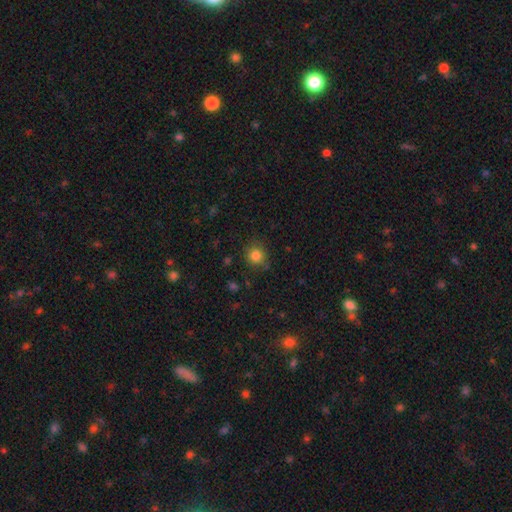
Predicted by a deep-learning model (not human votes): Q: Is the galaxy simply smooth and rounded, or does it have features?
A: smooth — 83%.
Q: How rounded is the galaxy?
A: round — 86%.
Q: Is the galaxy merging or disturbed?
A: none — 80%.